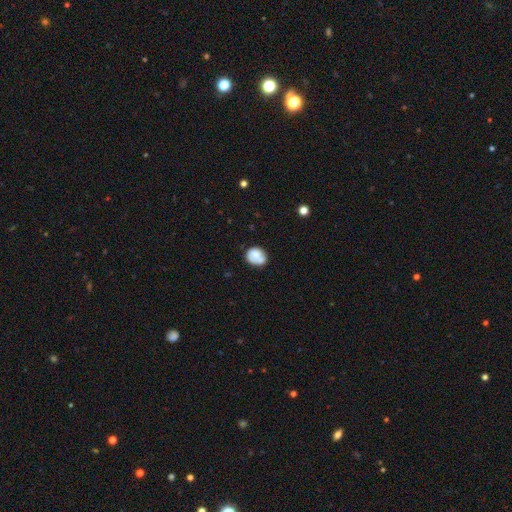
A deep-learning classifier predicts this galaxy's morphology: A smooth galaxy with no disk features (72%) that is round (57%).

Vote fractions:
- Smooth or featured? smooth: 72% / featured or disk: 20% / star or artifact: 8%
- How rounded? round: 57% / in between: 42% / cigar-shaped: 1%
- Merging? none: 59% / minor disturbance: 25% / major disturbance: 8% / merger: 8%